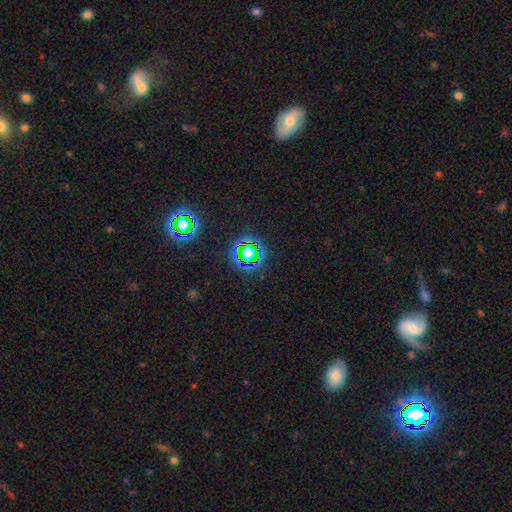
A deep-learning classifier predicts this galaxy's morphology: Overall: star or artifact (64%; smooth 26%).